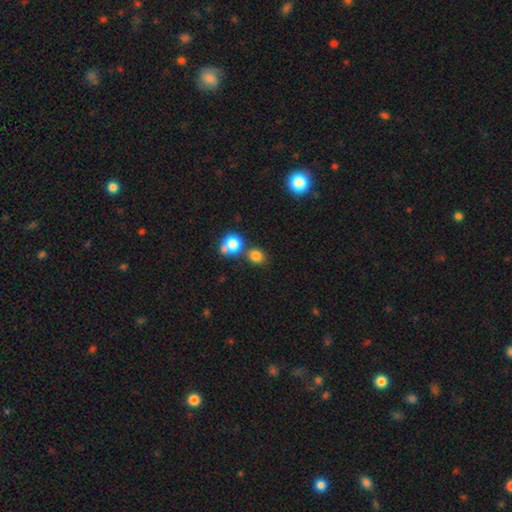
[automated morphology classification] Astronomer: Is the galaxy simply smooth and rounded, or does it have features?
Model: smooth — 81%.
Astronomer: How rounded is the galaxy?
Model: round — 67%.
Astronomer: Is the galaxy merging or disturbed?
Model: none — 59%.